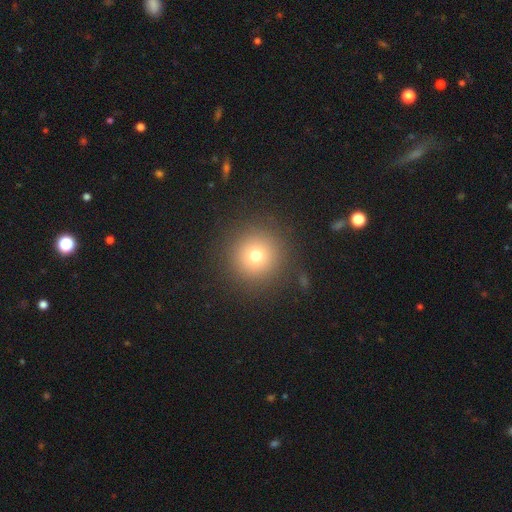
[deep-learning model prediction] Overall: smooth (73%). How rounded: round (96%). Merging: none (90%).